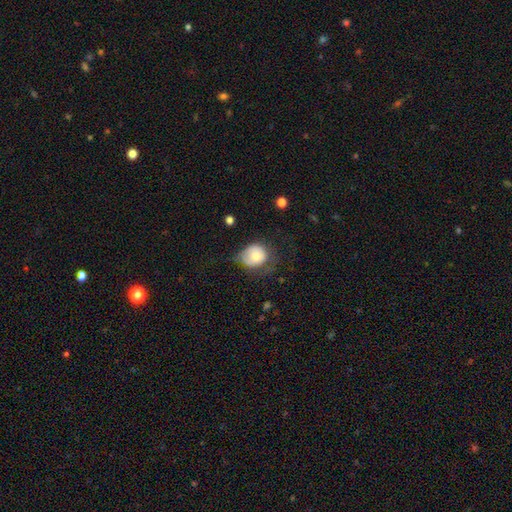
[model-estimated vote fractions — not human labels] Overall: smooth (69%). How rounded: round (64%; in between 36%). Merging: minor disturbance (37%, tied with none).